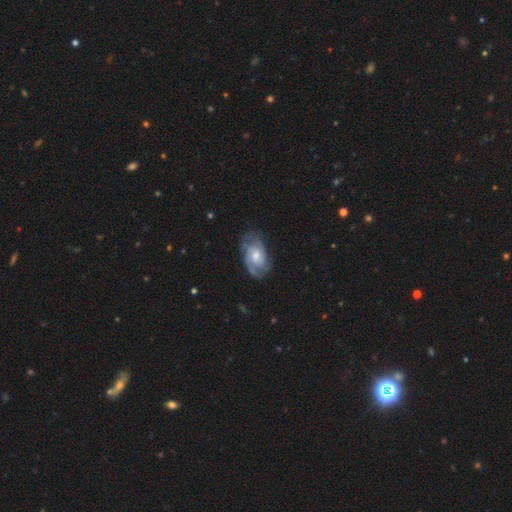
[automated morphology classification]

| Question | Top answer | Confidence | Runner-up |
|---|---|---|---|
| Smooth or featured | featured or disk | 72% | smooth (22%) |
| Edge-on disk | no | 96% | yes (4%) |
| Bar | no | 71% | weak (25%) |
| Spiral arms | yes | 89% | no (11%) |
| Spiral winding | tight | 47% | medium (39%) |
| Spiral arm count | can't tell | 36% | 2 (27%) |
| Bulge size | moderate | 57% | small (31%) |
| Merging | none | 64% | minor disturbance (23%) |